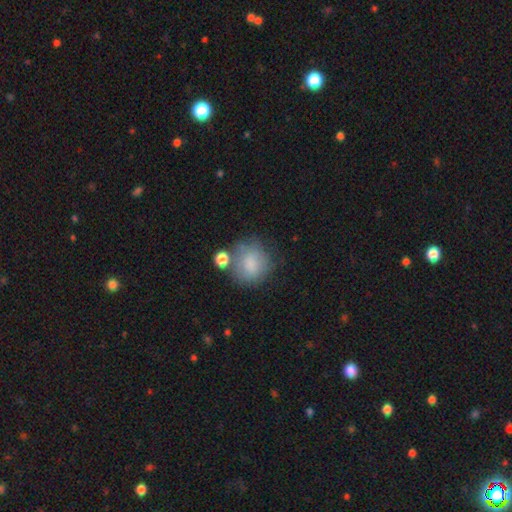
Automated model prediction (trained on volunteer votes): smooth 76%, featured or disk 13%, star or artifact 11%. Down the decision tree: how rounded — round (81%); merging — none (60%).